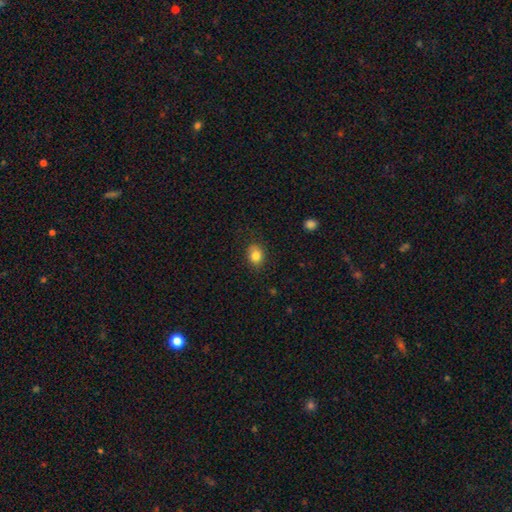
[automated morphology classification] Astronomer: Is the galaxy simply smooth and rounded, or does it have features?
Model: smooth — 83%.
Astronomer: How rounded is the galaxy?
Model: round — 50% (runner-up: in between, 49%).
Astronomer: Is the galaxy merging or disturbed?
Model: none — 81%.